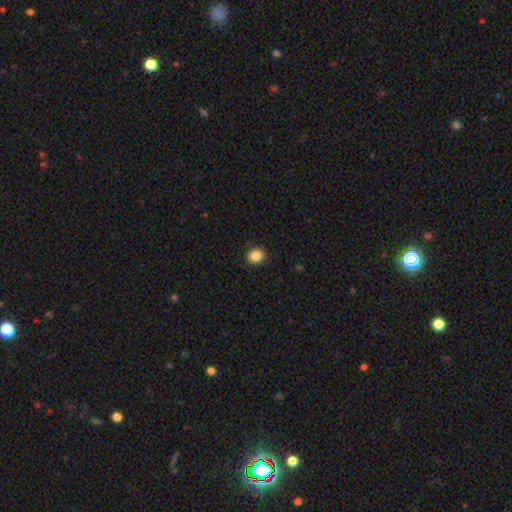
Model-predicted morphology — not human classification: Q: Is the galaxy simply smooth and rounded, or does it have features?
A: smooth — 85%.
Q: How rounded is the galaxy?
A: round — 79%.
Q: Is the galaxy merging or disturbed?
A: none — 90%.